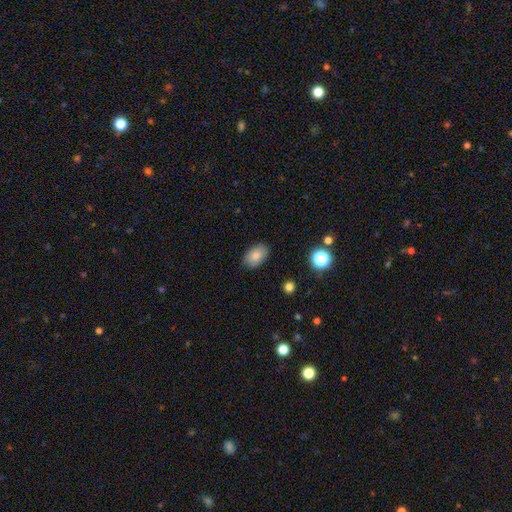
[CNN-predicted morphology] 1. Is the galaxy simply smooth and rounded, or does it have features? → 83% smooth, 9% star or artifact, 8% featured or disk.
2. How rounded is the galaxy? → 90% in between, 9% round, 1% cigar-shaped.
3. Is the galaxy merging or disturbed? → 86% none, 10% minor disturbance, 2% major disturbance, 1% merger.